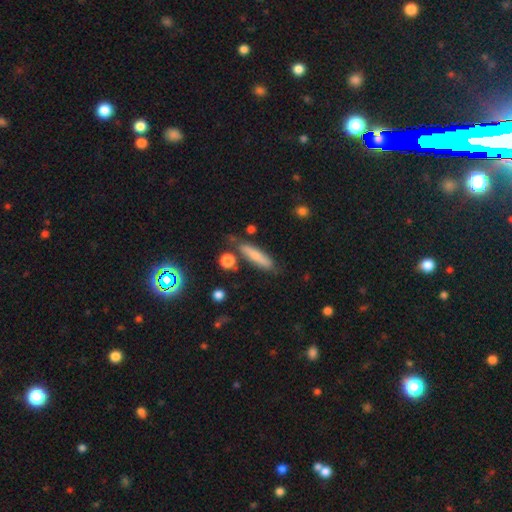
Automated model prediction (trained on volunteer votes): This is likely a smooth galaxy (67%). How rounded: likely cigar-shaped (76%). Merging: likely none (71%).